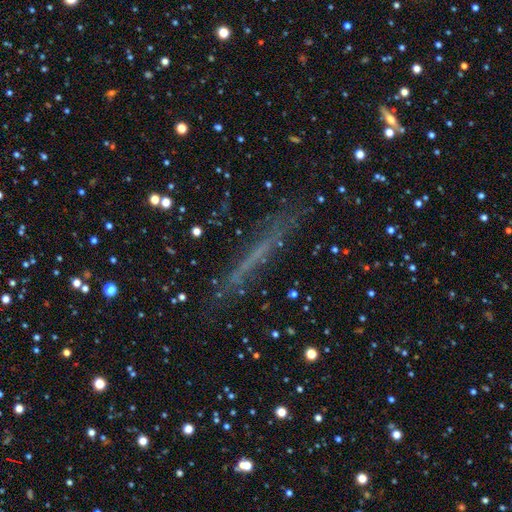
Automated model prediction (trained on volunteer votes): Q: Smooth or featured?
A: smooth (37%); runner-up: star or artifact (32%)
Q: Merging?
A: none (82%); runner-up: minor disturbance (12%)